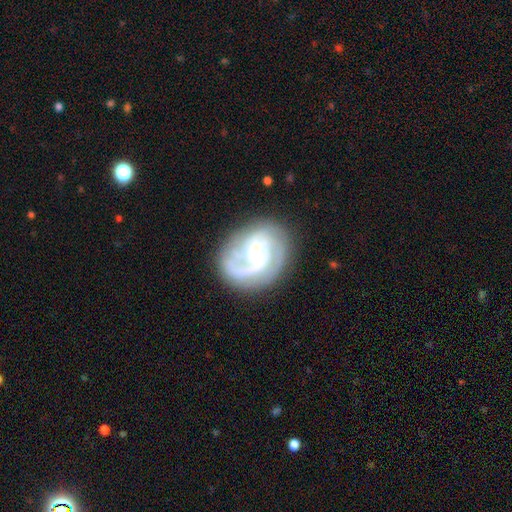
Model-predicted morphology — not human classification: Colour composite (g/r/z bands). It shows a featured or disk galaxy (79%) with no bar (47%), 2 (40%) medium (41%) spiral arms (88%) and a small central bulge (60%). Merging: none (61%).